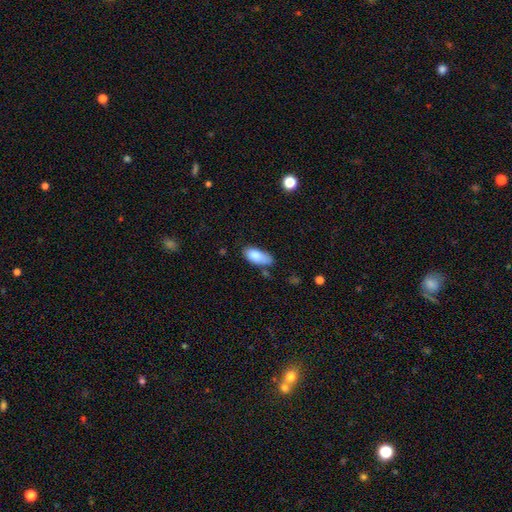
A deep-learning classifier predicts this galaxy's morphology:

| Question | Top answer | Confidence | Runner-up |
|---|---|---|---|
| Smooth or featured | smooth | 83% | featured or disk (10%) |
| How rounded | in between | 90% | cigar-shaped (7%) |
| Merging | none | 49% | minor disturbance (34%) |